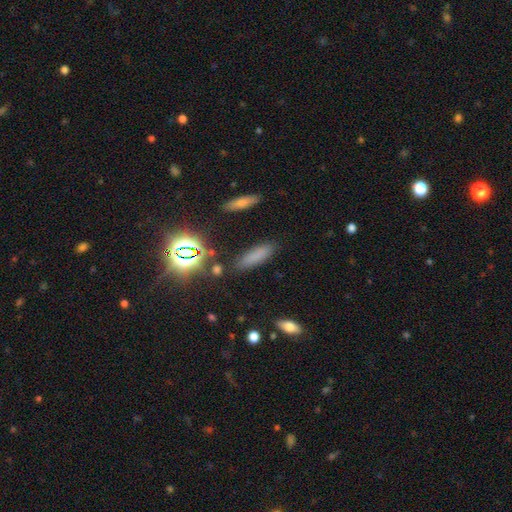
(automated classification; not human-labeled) This appears to be a smooth galaxy with no disk features (70%) that is cigar-shaped (58%). Merging: none (83%).